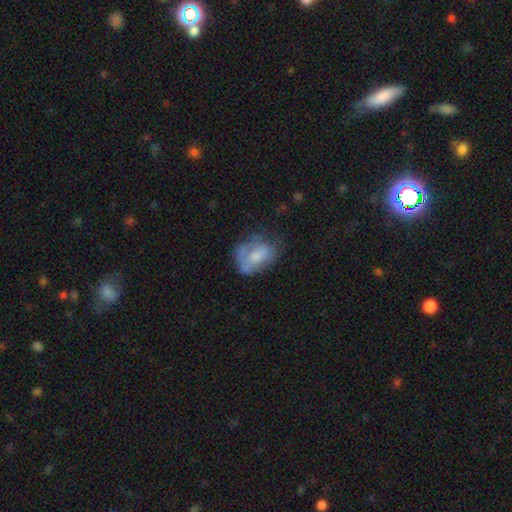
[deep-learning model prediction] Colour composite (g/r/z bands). It shows a smooth galaxy with no disk features (52%) that is in between round and cigar-shaped (78%). Merging: none (39%).